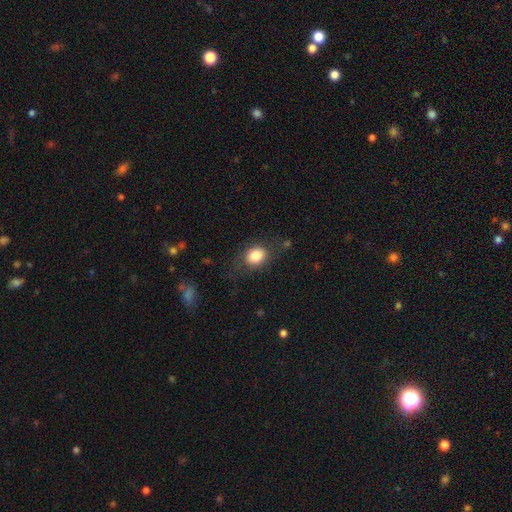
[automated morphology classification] smooth 82%, star or artifact 9%, featured or disk 9%. Down the decision tree: how rounded — in between (56%); merging — none (73%).